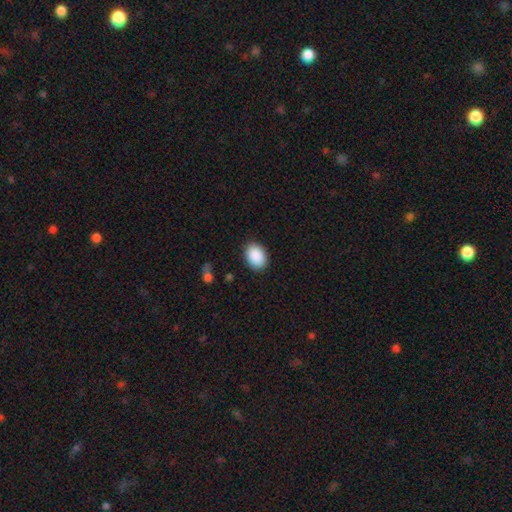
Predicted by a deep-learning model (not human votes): Morphology: type=smooth (90%); roundness=in between (75%); merging=none (88%).